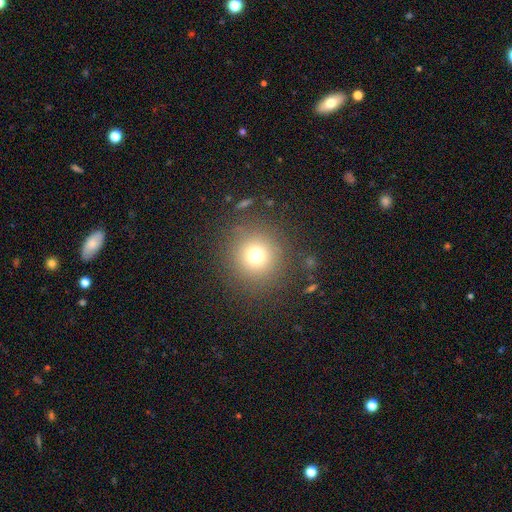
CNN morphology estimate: Q: Smooth or featured?
A: smooth (73%); runner-up: star or artifact (17%)
Q: How rounded?
A: round (94%); runner-up: in between (5%)
Q: Merging?
A: none (86%); runner-up: minor disturbance (7%)